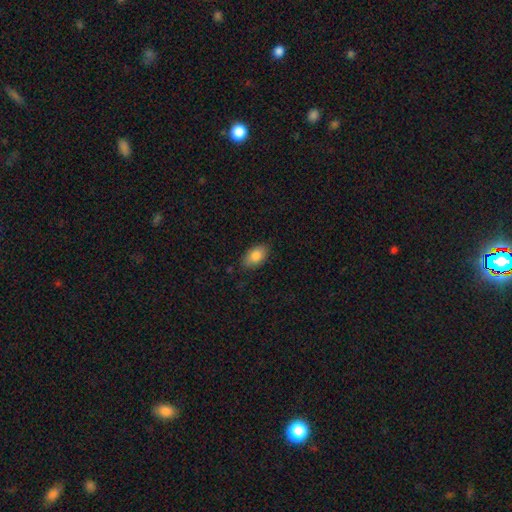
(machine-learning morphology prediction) Smooth or featured? Predicted: smooth (p=0.84). How rounded? Predicted: in between (p=0.92). Merging? Predicted: none (p=0.82).